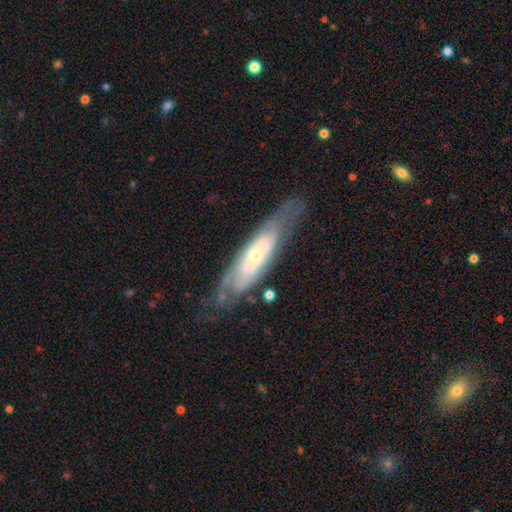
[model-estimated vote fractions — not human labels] Morphology: type=featured or disk (68%); edge-on=no (69%); merging=none (66%).